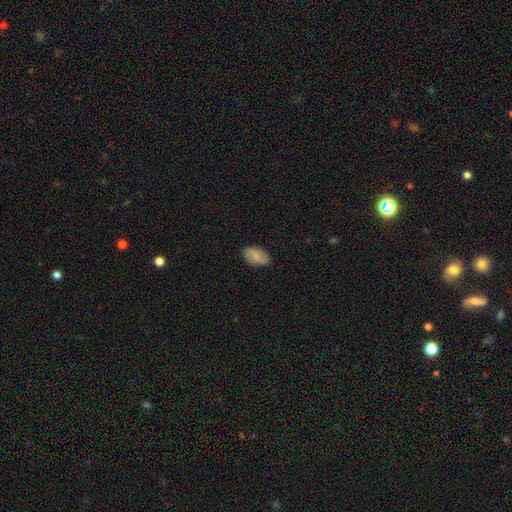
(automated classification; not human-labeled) Smooth or featured? smooth (73%)
How rounded? in between (92%)
Merging? none (81%)